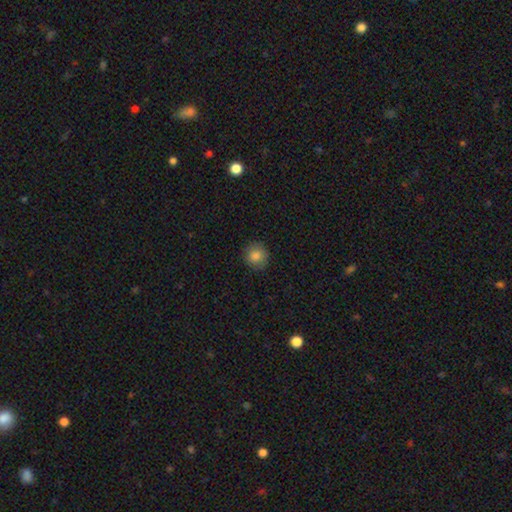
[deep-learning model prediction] Overall: smooth (85%). How rounded: round (92%). Merging: none (88%).